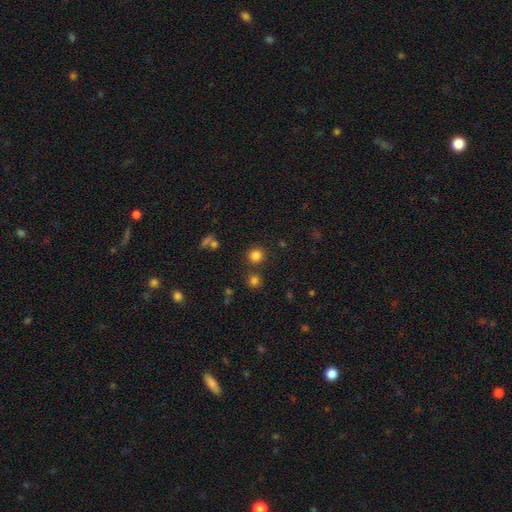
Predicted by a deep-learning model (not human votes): A smooth galaxy with no disk features (81%) that is round (92%).

Vote fractions:
- Smooth or featured? smooth: 81% / star or artifact: 15% / featured or disk: 5%
- How rounded? round: 92% / in between: 7% / cigar-shaped: 1%
- Merging? none: 83% / merger: 8% / minor disturbance: 7% / major disturbance: 3%